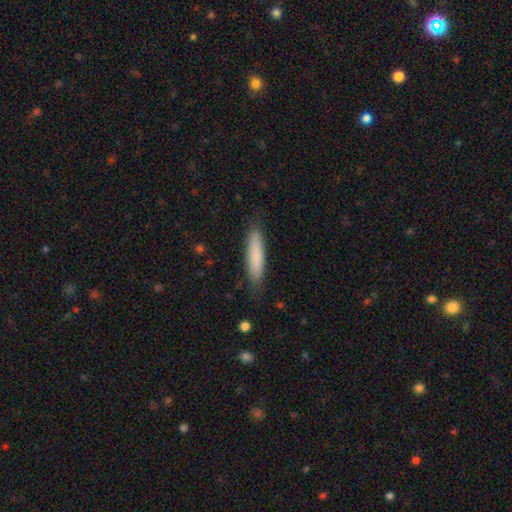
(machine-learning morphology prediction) Smooth or featured: smooth — 82% (featured or disk — 12%)
How rounded: cigar-shaped — 85% (in between — 14%)
Merging: none — 84% (minor disturbance — 13%)